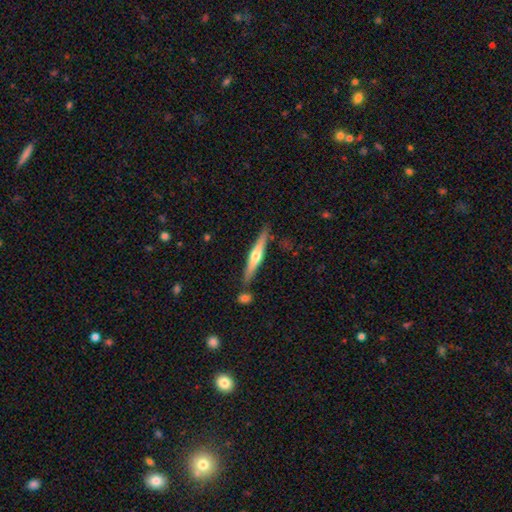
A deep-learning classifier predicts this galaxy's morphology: Smooth or featured: featured or disk — 63% (smooth — 31%)
Edge-on disk: yes — 97% (no — 3%)
Edge-on bulge: rounded — 90% (none — 6%)
Merging: none — 82% (minor disturbance — 10%)